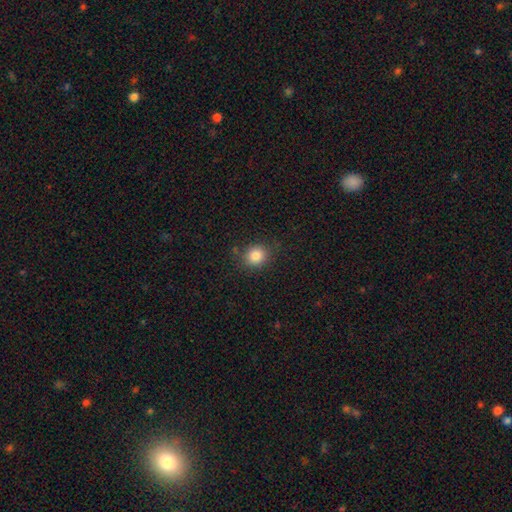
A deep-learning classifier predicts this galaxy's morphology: Smooth or featured: smooth — 84% (star or artifact — 11%)
How rounded: round — 78% (in between — 21%)
Merging: none — 83% (minor disturbance — 12%)